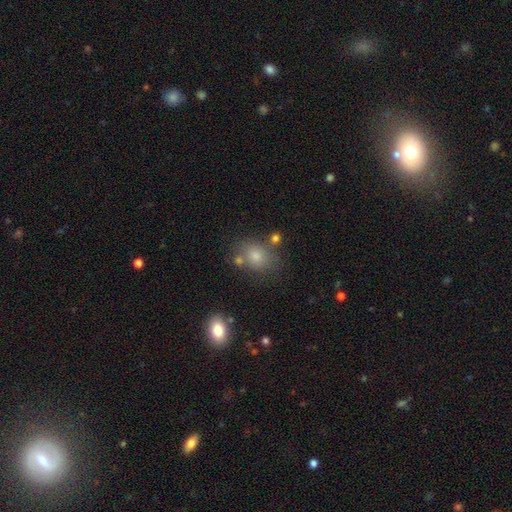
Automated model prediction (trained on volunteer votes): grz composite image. It shows a smooth galaxy with no disk features (71%) that is round (57%). Merging: none (73%).